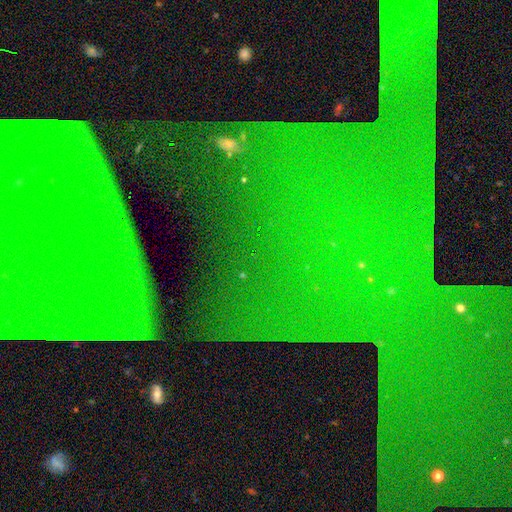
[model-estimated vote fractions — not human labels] Overall: star or artifact (80%).